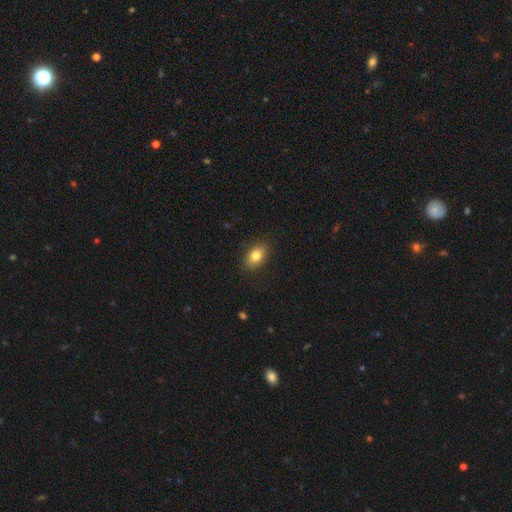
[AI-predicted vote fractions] This is clearly a smooth galaxy (81%). How rounded: clearly in between (82%). Merging: clearly none (88%).